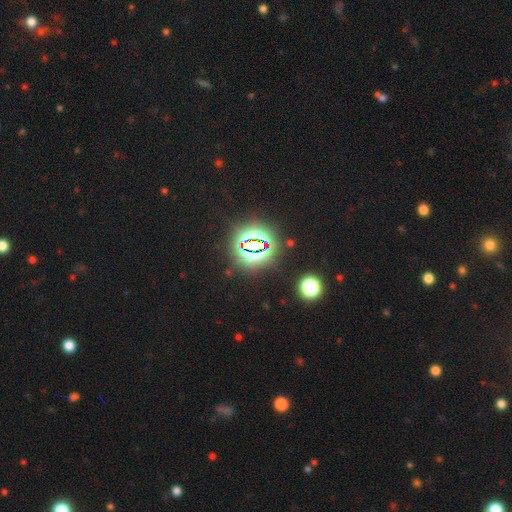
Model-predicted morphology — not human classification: Smooth or featured? star or artifact (82%)